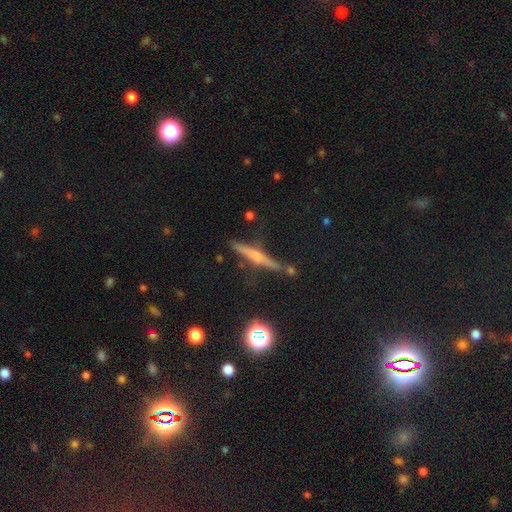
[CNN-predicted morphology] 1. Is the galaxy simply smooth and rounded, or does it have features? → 59% featured or disk, 28% smooth, 13% star or artifact.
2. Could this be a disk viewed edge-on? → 96% yes, 4% no.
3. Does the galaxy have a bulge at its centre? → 63% rounded, 21% none, 16% boxy.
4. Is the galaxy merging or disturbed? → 83% none, 10% minor disturbance, 4% merger, 3% major disturbance.